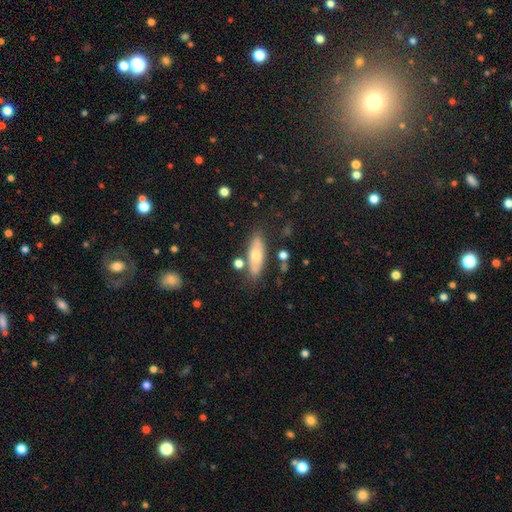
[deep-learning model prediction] smooth 60%, featured or disk 33%, star or artifact 7%. Down the decision tree: how rounded — in between (63%); merging — none (75%).